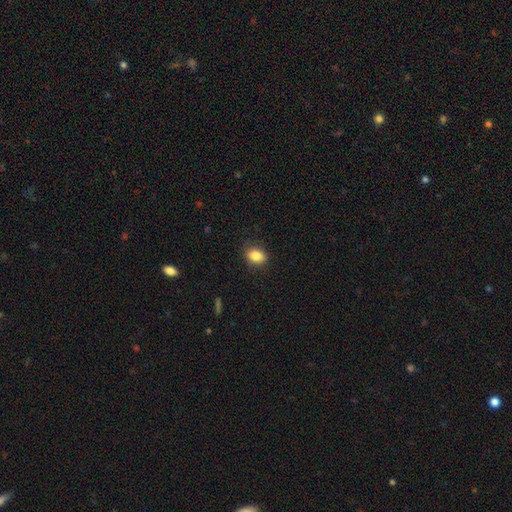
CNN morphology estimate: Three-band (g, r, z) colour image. It shows a smooth galaxy with no disk features (85%) that is in between round and cigar-shaped (71%). Merging: none (84%).